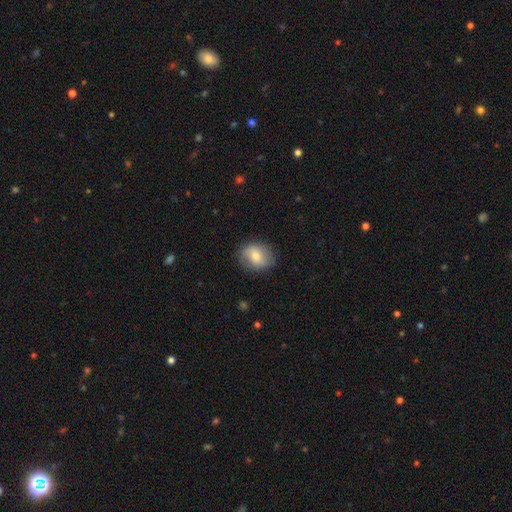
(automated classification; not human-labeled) The model was most divided on "how rounded": round: 55%, in between: 44%, cigar-shaped: 1%. More confident: merging — none (80%); smooth or featured — smooth (67%).